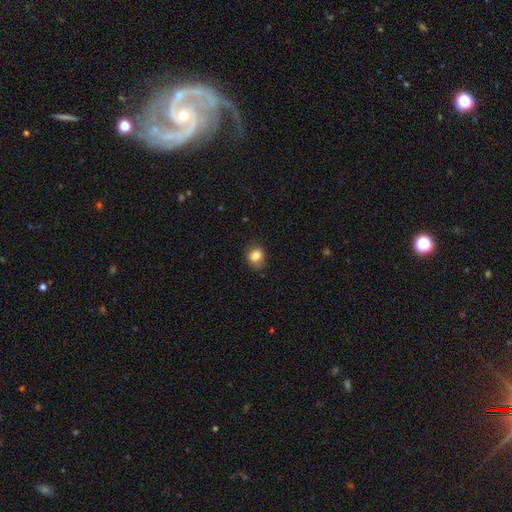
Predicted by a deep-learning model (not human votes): Morphology: type=smooth (84%); roundness=round (59%); merging=none (69%).